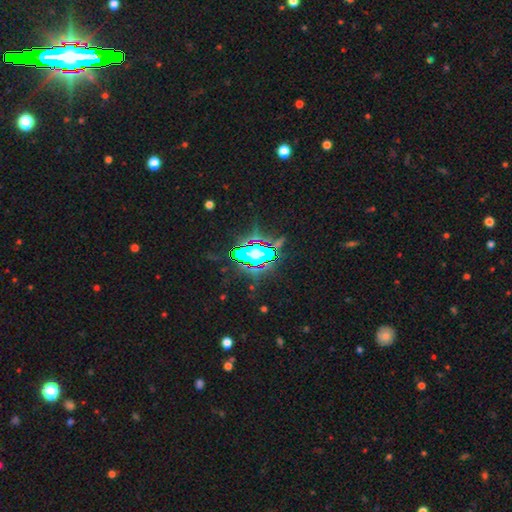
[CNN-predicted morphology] Q: Smooth or featured?
A: star or artifact (63%); runner-up: smooth (19%)